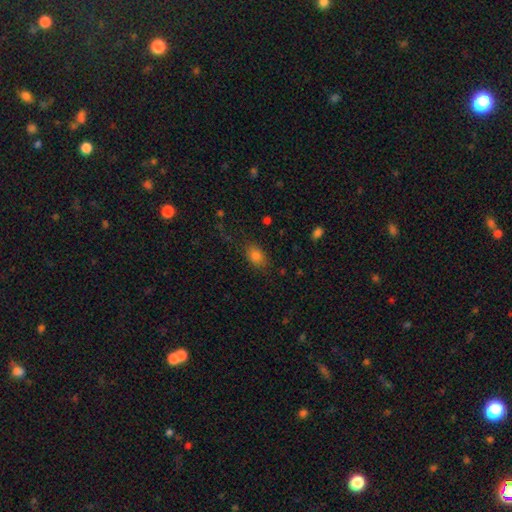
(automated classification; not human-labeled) Q: Smooth or featured?
A: smooth (82%); runner-up: star or artifact (11%)
Q: How rounded?
A: in between (73%); runner-up: round (25%)
Q: Merging?
A: none (76%); runner-up: minor disturbance (16%)